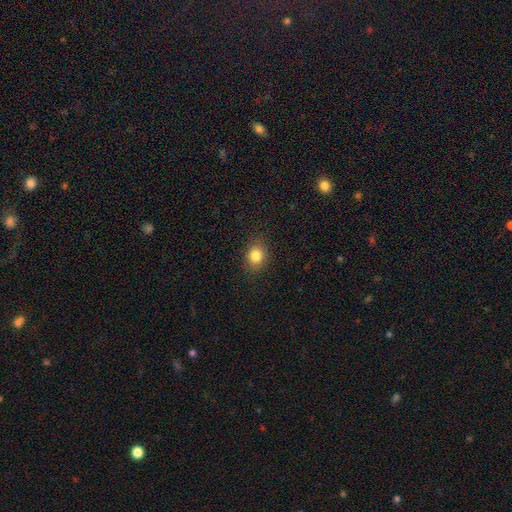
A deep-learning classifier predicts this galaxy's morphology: A smooth galaxy with no disk features (84%) that is round (57%). Merging: none (88%).